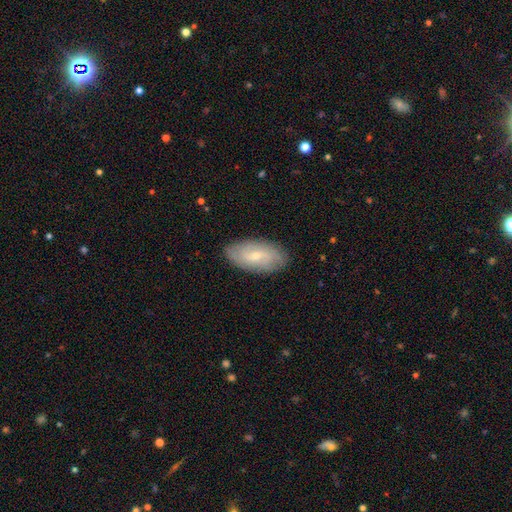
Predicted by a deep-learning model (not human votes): The model was most divided on "smooth or featured": featured or disk: 51%, smooth: 42%, star or artifact: 7%. More confident: edge-on disk — no (90%); merging — none (84%).